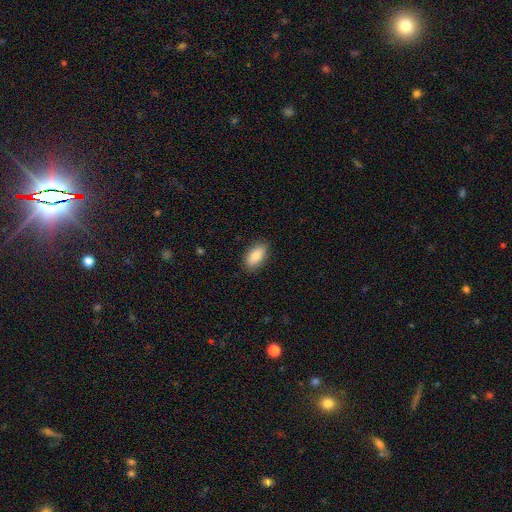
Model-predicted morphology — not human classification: The model was most divided on "smooth or featured": smooth: 84%, featured or disk: 9%, star or artifact: 7%. More confident: how rounded — in between (91%); merging — none (87%).